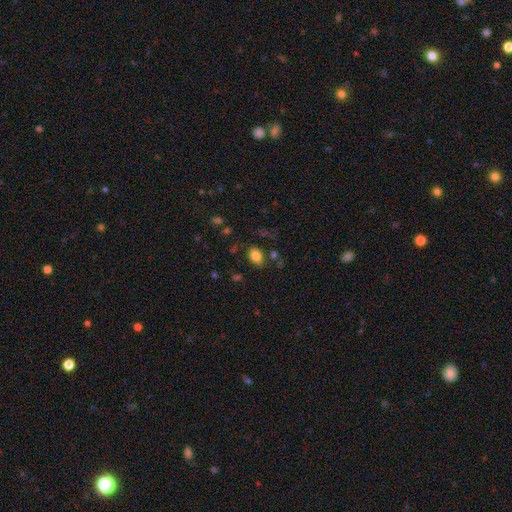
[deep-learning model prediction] smooth_or_featured: smooth (p=0.81) [alt: star or artifact p=0.10]
how_rounded: in between (p=0.79) [alt: round p=0.19]
merging: none (p=0.74) [alt: minor disturbance p=0.16]